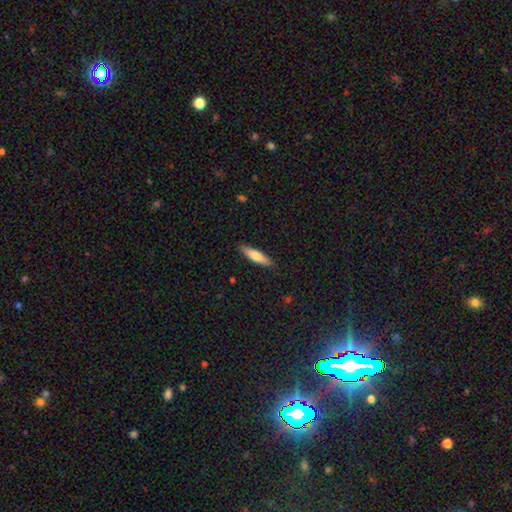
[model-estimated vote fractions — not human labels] smooth_or_featured: smooth (p=0.66) [alt: featured or disk p=0.28]
how_rounded: cigar-shaped (p=0.74) [alt: in between p=0.24]
merging: none (p=0.88) [alt: minor disturbance p=0.09]